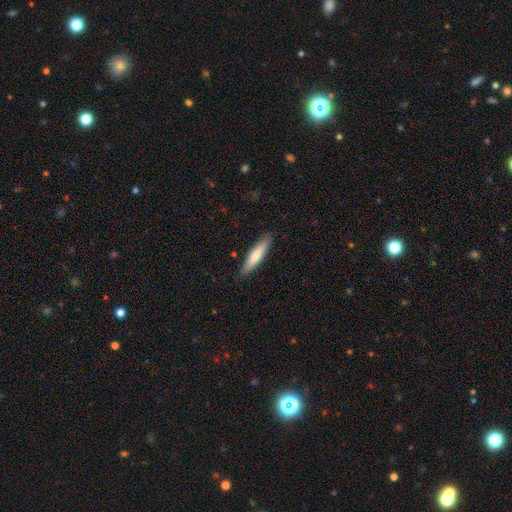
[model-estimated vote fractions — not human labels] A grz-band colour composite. It shows a smooth galaxy with no disk features (67%) that is cigar-shaped (84%). Merging: none (88%).